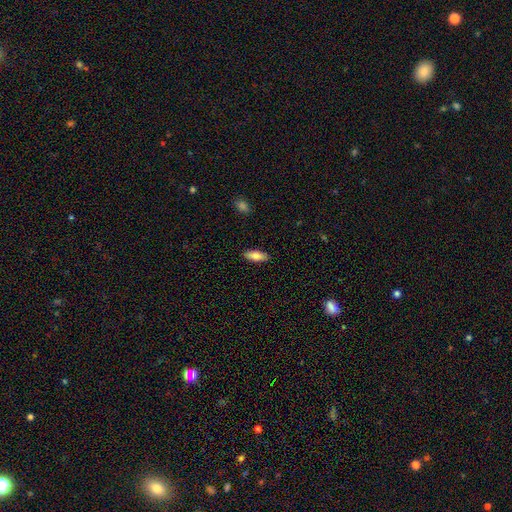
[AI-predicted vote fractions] Smooth or featured: smooth — 78% (featured or disk — 16%)
How rounded: in between — 72% (cigar-shaped — 26%)
Merging: none — 89% (minor disturbance — 9%)